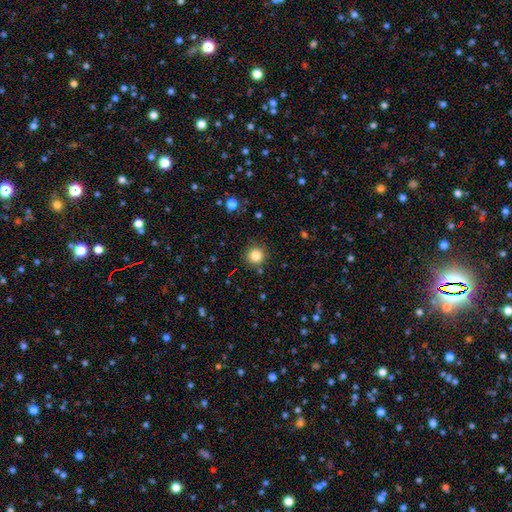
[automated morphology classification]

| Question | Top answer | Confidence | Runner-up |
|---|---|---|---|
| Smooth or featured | smooth | 83% | star or artifact (12%) |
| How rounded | round | 95% | in between (4%) |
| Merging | none | 89% | minor disturbance (7%) |